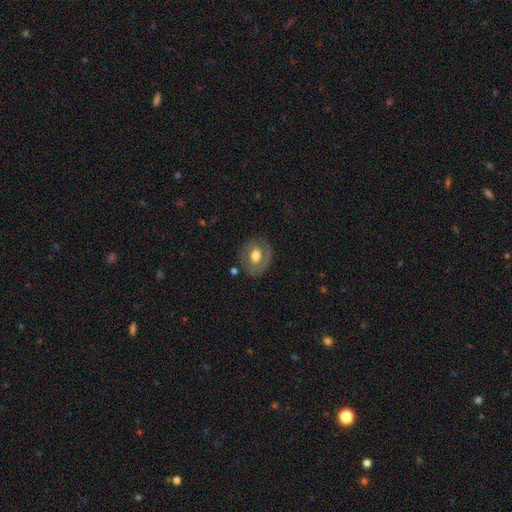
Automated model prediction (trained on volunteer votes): Morphology: type=smooth (47%); merging=none (75%).